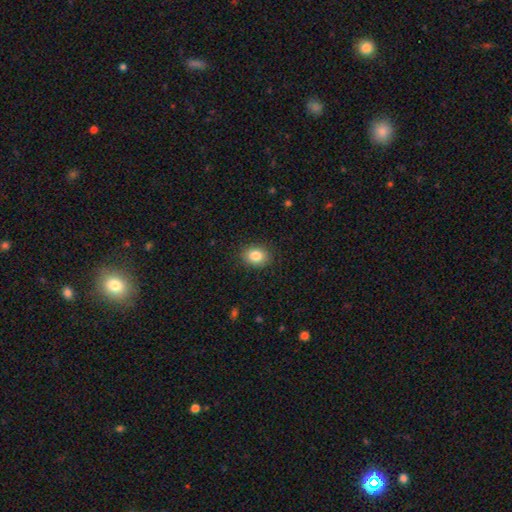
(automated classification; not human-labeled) smooth 85%, star or artifact 9%, featured or disk 6%. Down the decision tree: how rounded — in between (58%); merging — none (88%).